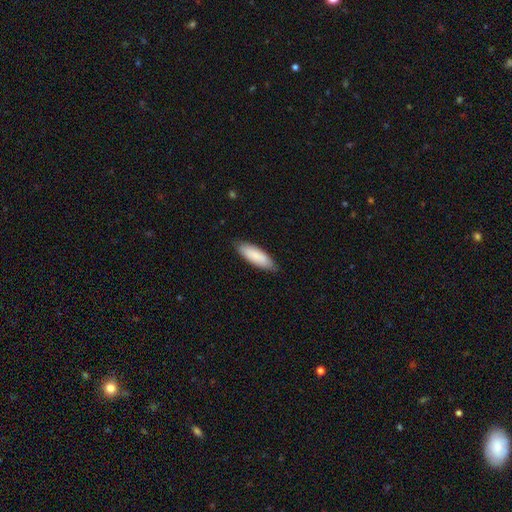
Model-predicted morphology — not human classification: smooth_or_featured: smooth (p=0.86) [alt: featured or disk p=0.09]
how_rounded: in between (p=0.59) [alt: cigar-shaped p=0.39]
merging: none (p=0.82) [alt: minor disturbance p=0.15]